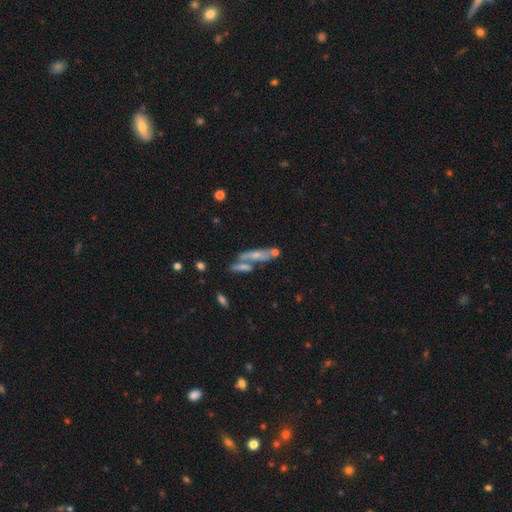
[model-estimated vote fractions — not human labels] This appears to be a smooth galaxy with no disk features (50%). Merging: none (45%).